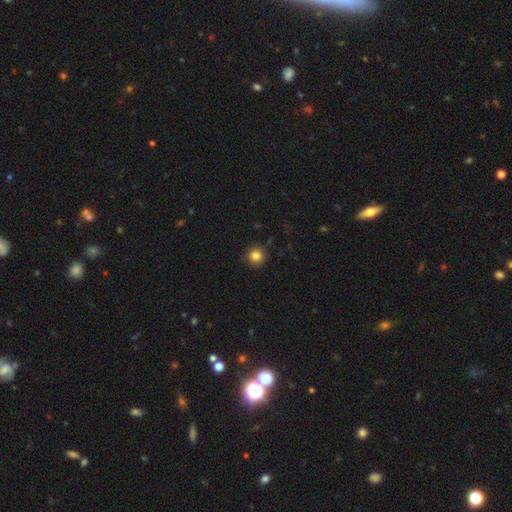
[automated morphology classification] This appears to be a smooth galaxy with no disk features (83%) that is round (94%). Merging: none (89%).